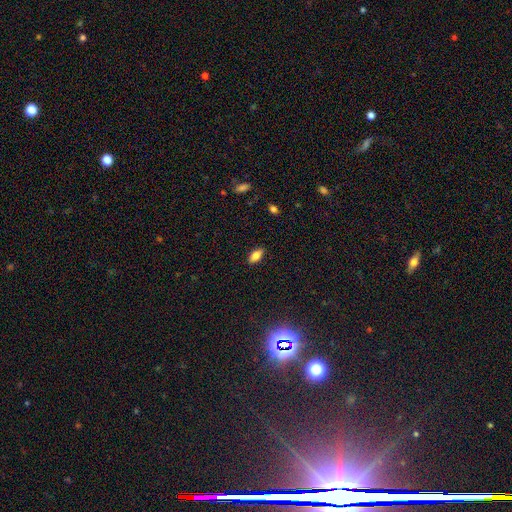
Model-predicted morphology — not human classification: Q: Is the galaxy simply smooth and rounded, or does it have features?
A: smooth — 80%.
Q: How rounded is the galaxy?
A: in between — 86%.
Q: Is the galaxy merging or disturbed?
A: none — 88%.